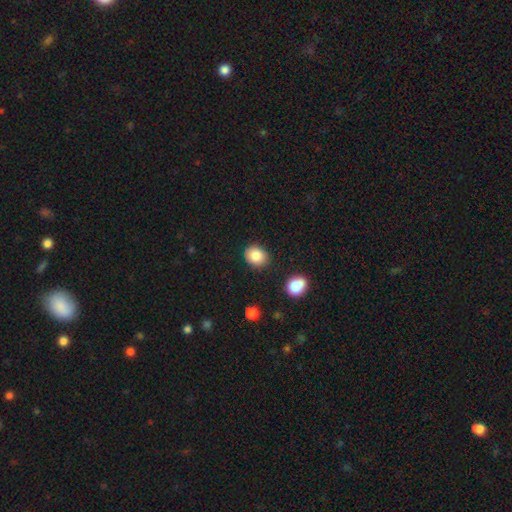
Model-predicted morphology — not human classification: Smooth or featured? smooth (86%)
How rounded? round (60%)
Merging? none (83%)